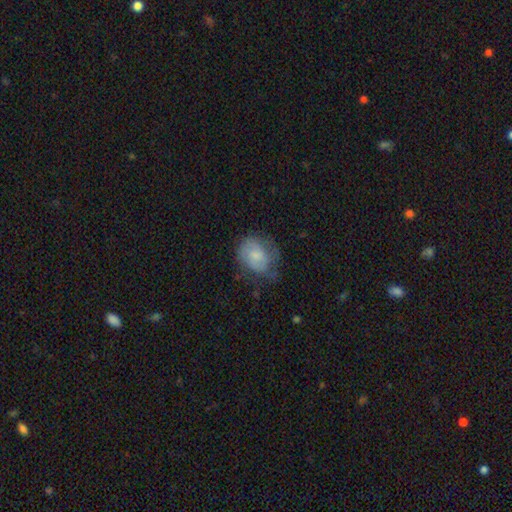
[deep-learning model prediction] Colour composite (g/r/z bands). It shows a smooth galaxy with no disk features (63%) that is in between round and cigar-shaped (51%). Merging: none (47%).